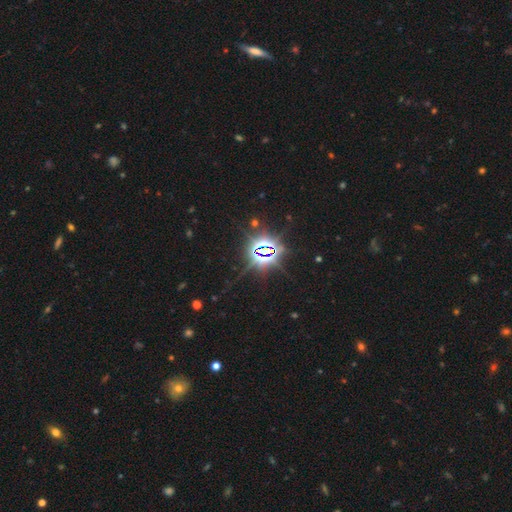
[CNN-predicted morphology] Smooth or featured: star or artifact — 84% (featured or disk — 9%)